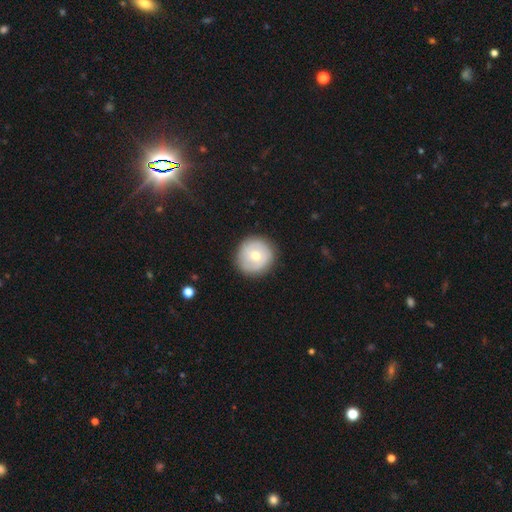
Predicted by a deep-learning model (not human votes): This is possibly a smooth galaxy (51%). How rounded: clearly round (94%). Merging: clearly none (86%).